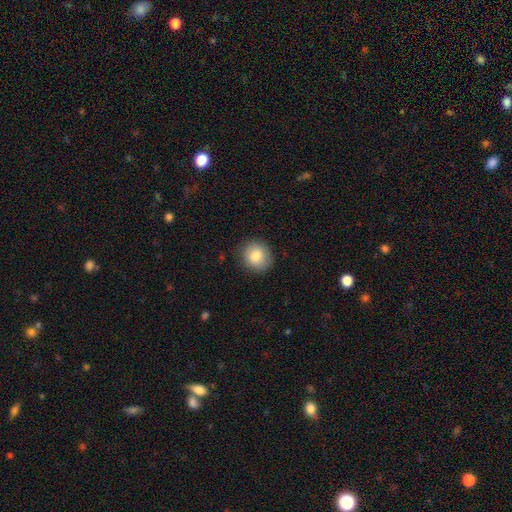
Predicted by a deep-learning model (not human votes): Smooth or featured?
  - smooth: 83% *
  - featured or disk: 9%
  - star or artifact: 8%
How rounded?
  - round: 80% *
  - in between: 19%
  - cigar-shaped: 1%
Merging?
  - none: 86% *
  - minor disturbance: 10%
  - major disturbance: 3%
  - merger: 1%